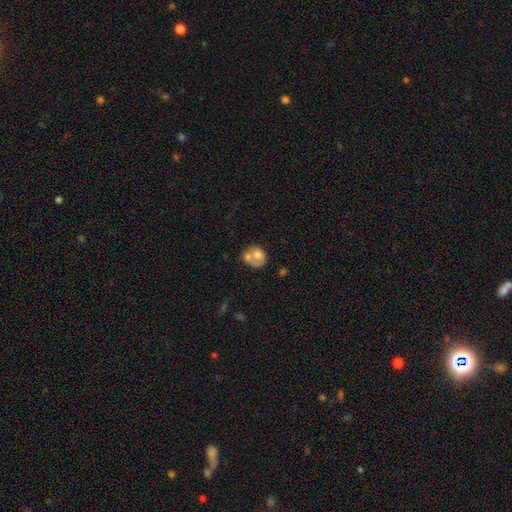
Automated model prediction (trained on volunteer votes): Morphology: type=smooth (64%); roundness=round (62%); merging=merger (43%).